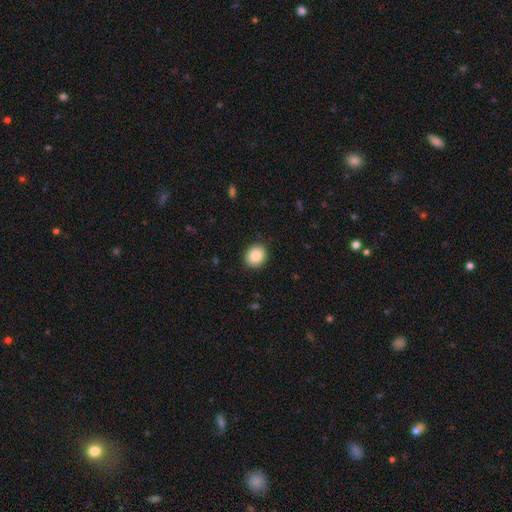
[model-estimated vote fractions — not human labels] Morphology: type=smooth (87%); roundness=round (70%); merging=none (89%).